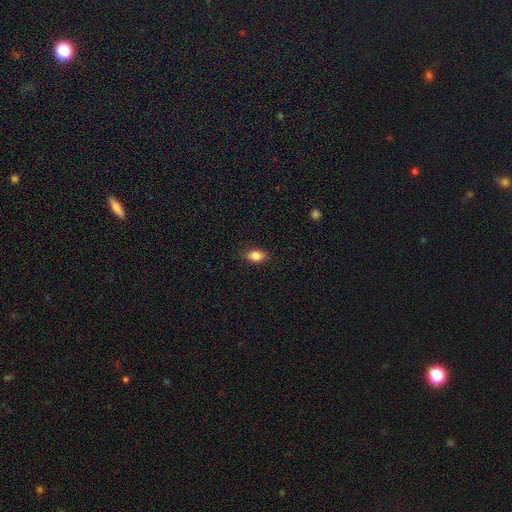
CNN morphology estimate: The model was most divided on "how rounded": in between: 82%, round: 17%, cigar-shaped: 2%. More confident: merging — none (87%); smooth or featured — smooth (84%).